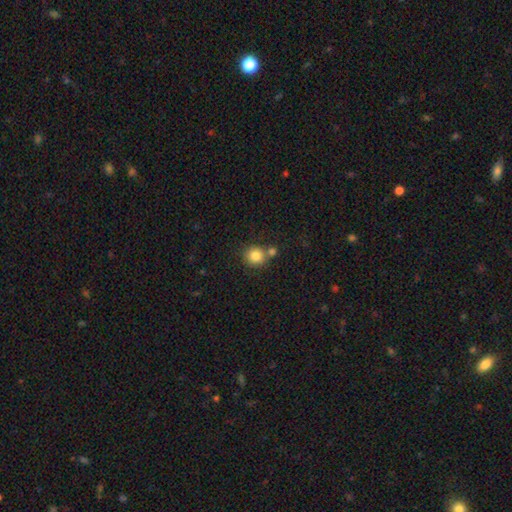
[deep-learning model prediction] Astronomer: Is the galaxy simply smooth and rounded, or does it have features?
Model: smooth — 83%.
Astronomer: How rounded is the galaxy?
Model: round — 88%.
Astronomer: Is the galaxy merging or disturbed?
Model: none — 62%.